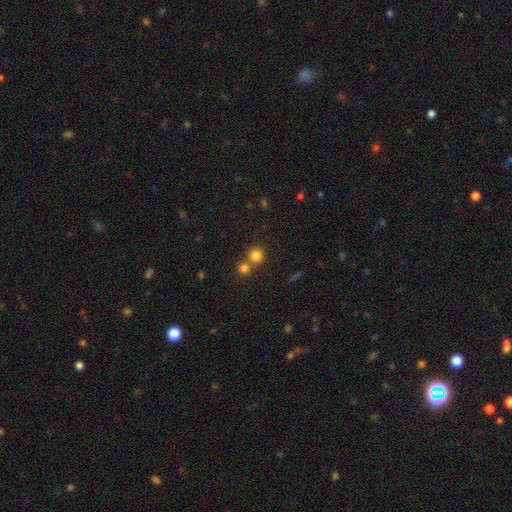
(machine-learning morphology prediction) type=smooth (81%); roundness=round (90%); merging=none (58%).